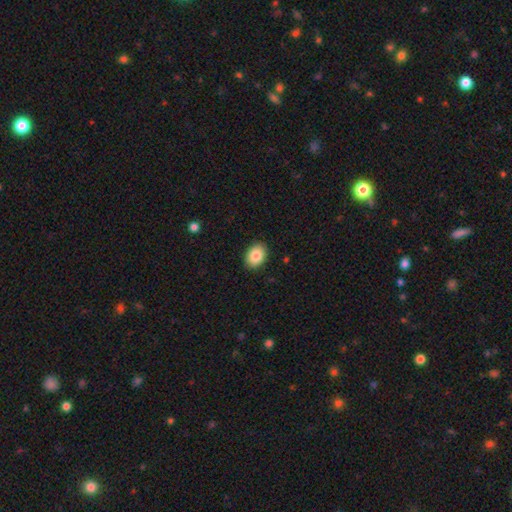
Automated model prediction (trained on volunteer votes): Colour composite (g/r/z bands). It shows a smooth galaxy with no disk features (85%) that is in between round and cigar-shaped (77%). Merging: none (89%).